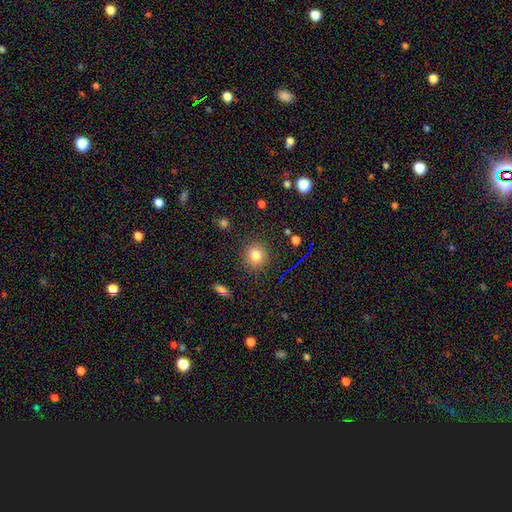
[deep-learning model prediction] This appears to be a smooth galaxy with no disk features (77%) that is round (88%). Merging: none (88%).